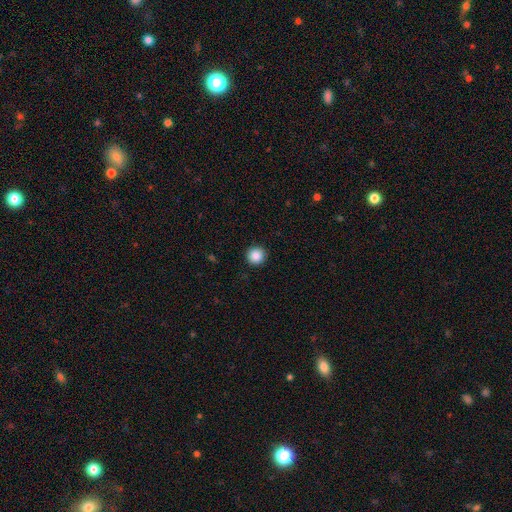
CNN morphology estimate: Smooth or featured? Predicted: smooth (p=0.88). How rounded? Predicted: round (p=0.95). Merging? Predicted: none (p=0.92).